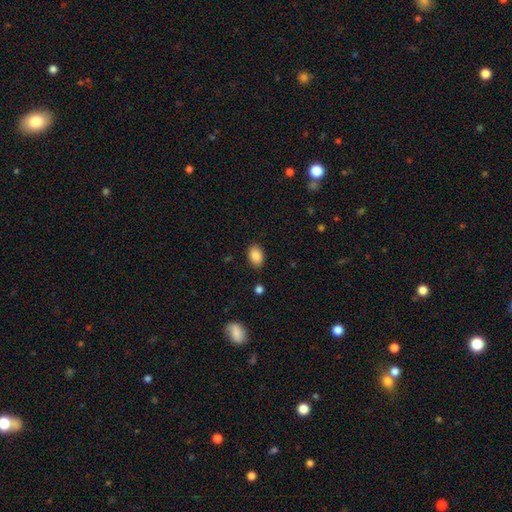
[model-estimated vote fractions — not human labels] Smooth or featured? smooth (88%)
How rounded? in between (84%)
Merging? none (86%)